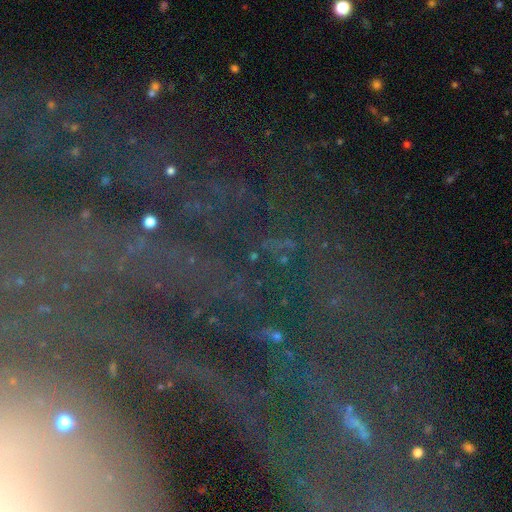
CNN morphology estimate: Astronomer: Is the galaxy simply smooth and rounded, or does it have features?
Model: star or artifact — 66%.